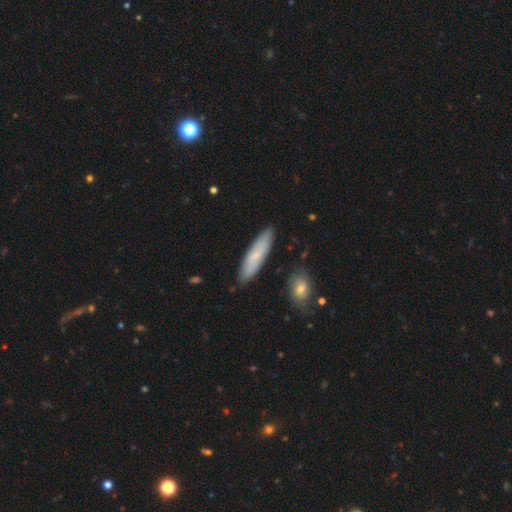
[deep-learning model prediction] smooth-or-featured: smooth: 70% | featured or disk: 24% | star or artifact: 6%
  how-rounded: cigar-shaped: 73% | in between: 25% | round: 2%
  merging: none: 87% | minor disturbance: 9% | merger: 2% | major disturbance: 2%